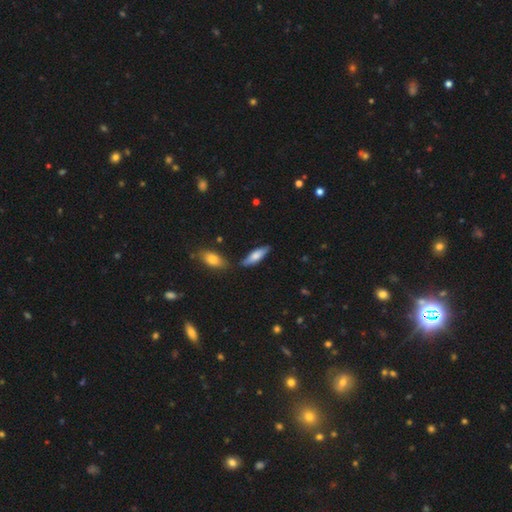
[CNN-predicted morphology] type=smooth (70%); roundness=cigar-shaped (53%); merging=none (75%).